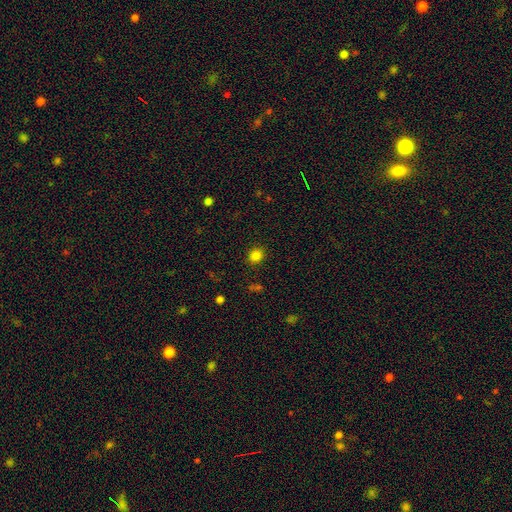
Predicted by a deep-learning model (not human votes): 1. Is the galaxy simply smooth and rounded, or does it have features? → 82% smooth, 14% star or artifact, 4% featured or disk.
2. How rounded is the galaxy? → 74% round, 25% in between, 1% cigar-shaped.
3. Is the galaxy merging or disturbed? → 89% none, 8% minor disturbance, 2% major disturbance, 1% merger.